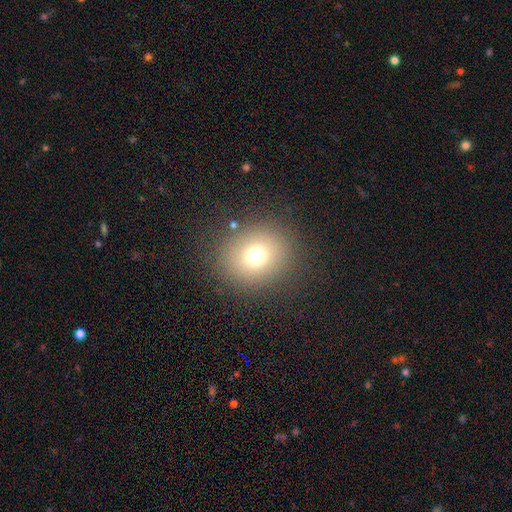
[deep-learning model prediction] Smooth or featured? smooth (70%)
How rounded? round (85%)
Merging? none (86%)